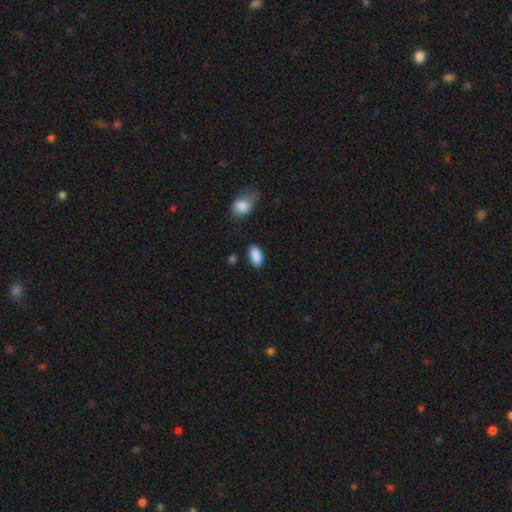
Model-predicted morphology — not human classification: This is clearly a smooth galaxy (89%). How rounded: clearly in between (93%). Merging: clearly none (84%).